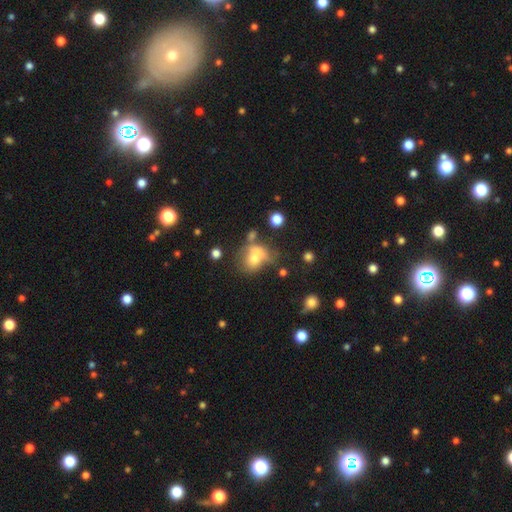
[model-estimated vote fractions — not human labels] Smooth or featured: smooth — 61% (featured or disk — 25%)
How rounded: in between — 53% (round — 45%)
Merging: merger — 46% (none — 25%)